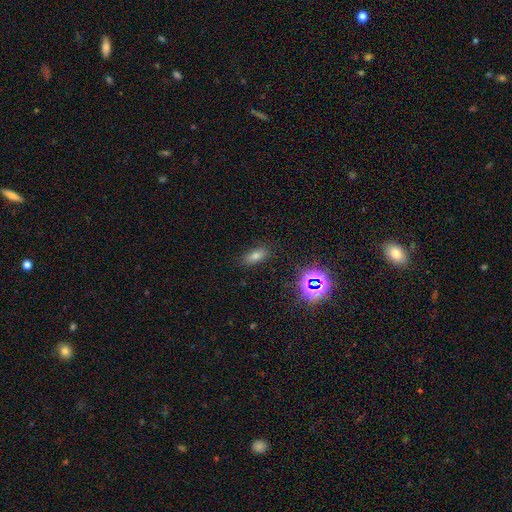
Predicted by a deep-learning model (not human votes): smooth_or_featured: smooth (p=0.67) [alt: star or artifact p=0.22]
how_rounded: in between (p=0.77) [alt: cigar-shaped p=0.16]
merging: none (p=0.85) [alt: minor disturbance p=0.10]